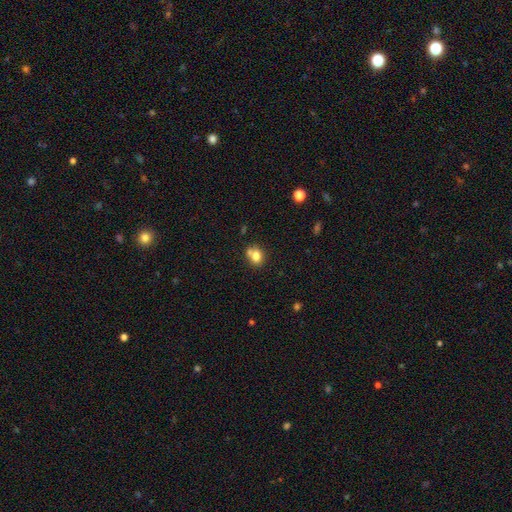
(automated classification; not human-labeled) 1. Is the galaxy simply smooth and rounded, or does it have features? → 76% smooth, 13% featured or disk, 11% star or artifact.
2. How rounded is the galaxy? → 52% round, 47% in between, 1% cigar-shaped.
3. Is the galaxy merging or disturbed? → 46% none, 35% merger, 14% minor disturbance, 5% major disturbance.